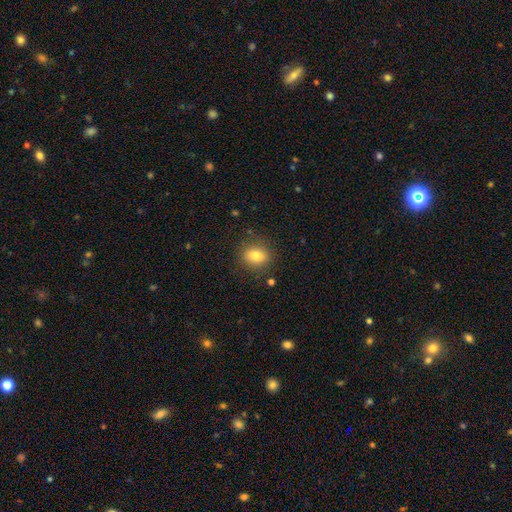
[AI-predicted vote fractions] smooth_or_featured: smooth (p=0.81) [alt: star or artifact p=0.10]
how_rounded: round (p=0.54) [alt: in between p=0.45]
merging: none (p=0.84) [alt: minor disturbance p=0.11]